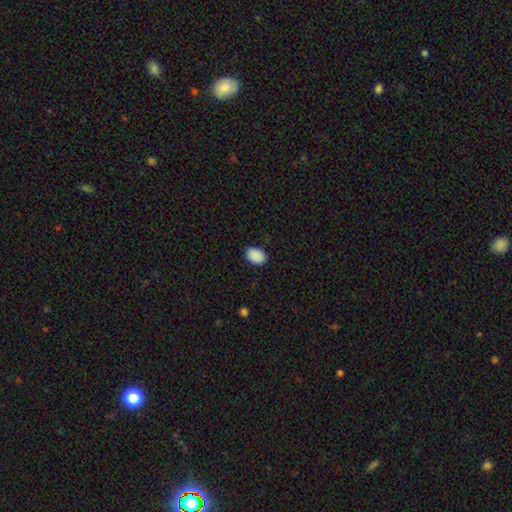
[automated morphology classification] The model was most divided on "how rounded": in between: 83%, round: 16%, cigar-shaped: 1%. More confident: smooth or featured — smooth (90%); merging — none (87%).